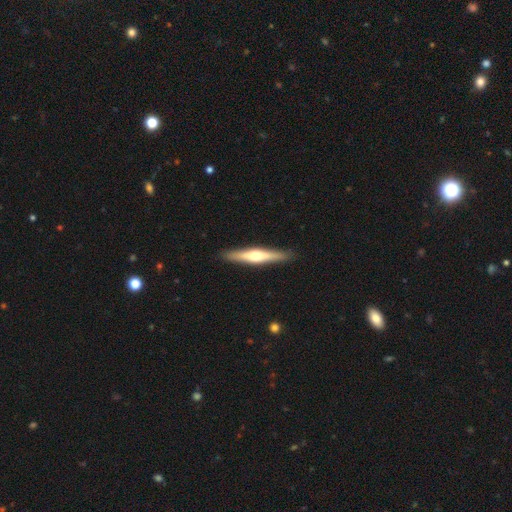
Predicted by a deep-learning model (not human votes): The model was most divided on "smooth or featured": featured or disk: 59%, smooth: 36%, star or artifact: 5%. More confident: edge-on disk — yes (95%); edge-on bulge — rounded (90%); merging — none (90%).